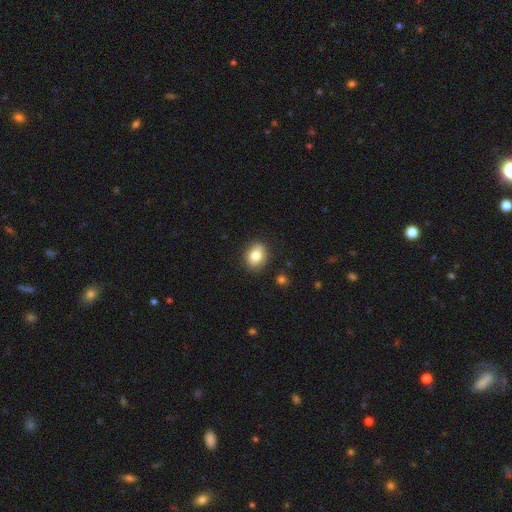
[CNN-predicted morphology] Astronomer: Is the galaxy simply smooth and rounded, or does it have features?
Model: smooth — 81%.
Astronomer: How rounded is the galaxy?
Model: in between — 57% (runner-up: round, 42%).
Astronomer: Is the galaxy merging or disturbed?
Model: none — 86%.